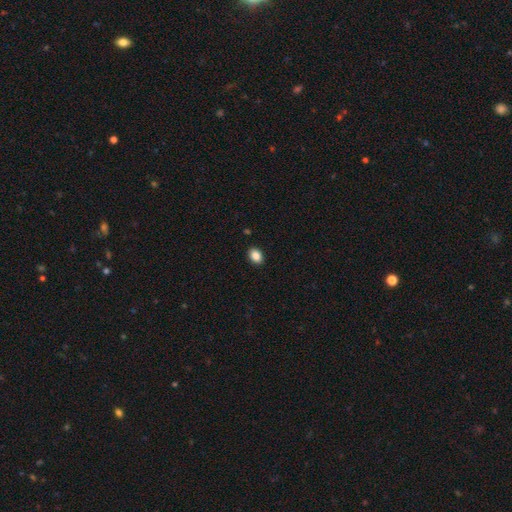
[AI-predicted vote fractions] Smooth or featured?
  - smooth: 87% *
  - star or artifact: 9%
  - featured or disk: 4%
How rounded?
  - in between: 70% *
  - round: 29%
  - cigar-shaped: 1%
Merging?
  - none: 90% *
  - minor disturbance: 7%
  - major disturbance: 2%
  - merger: 1%